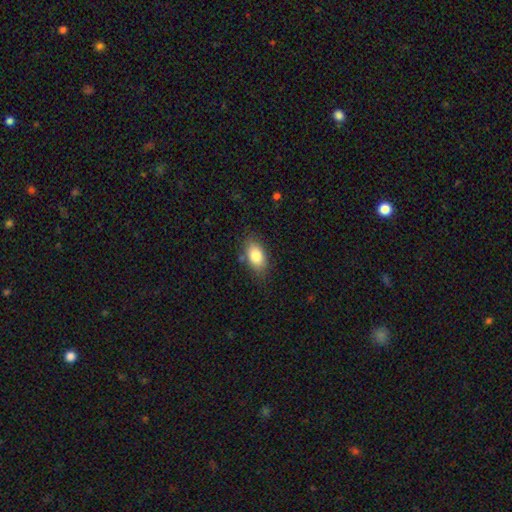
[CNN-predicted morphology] smooth-or-featured: smooth: 83% | featured or disk: 10% | star or artifact: 8%
  how-rounded: in between: 90% | round: 7% | cigar-shaped: 3%
  merging: none: 80% | minor disturbance: 15% | major disturbance: 4% | merger: 2%